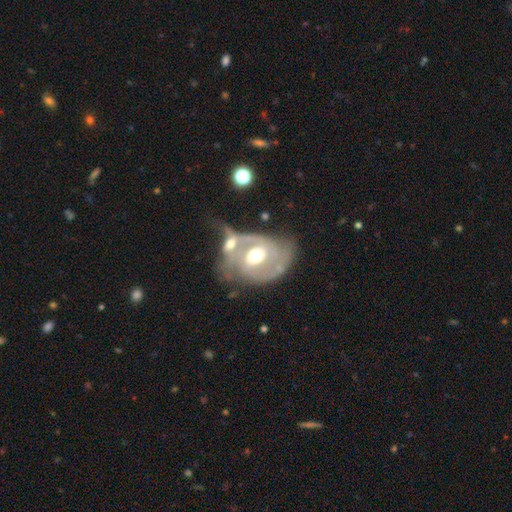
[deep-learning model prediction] Smooth or featured?
  - featured or disk: 76% *
  - smooth: 19%
  - star or artifact: 6%
Edge-on disk?
  - no: 96% *
  - yes: 4%
Bar?
  - no: 48% *
  - weak: 38%
  - strong: 15%
Spiral arms?
  - yes: 73% *
  - no: 27%
Spiral winding?
  - medium: 40% *
  - tight: 36%
  - loose: 24%
Spiral arm count?
  - 2: 63% *
  - can't tell: 21%
  - 1: 8%
  - 3: 4%
  - 4: 2%
  - more than 4: 2%
Bulge size?
  - moderate: 73% *
  - large: 16%
  - small: 9%
  - dominant: 1%
  - none: 1%
Merging?
  - merger: 43% *
  - none: 26%
  - major disturbance: 16%
  - minor disturbance: 15%